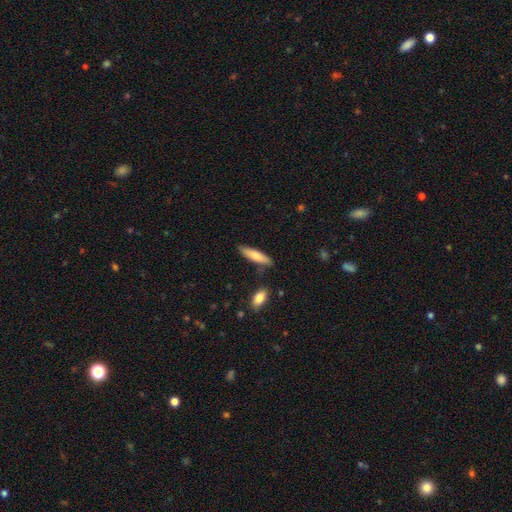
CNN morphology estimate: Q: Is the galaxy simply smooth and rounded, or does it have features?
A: smooth — 76%.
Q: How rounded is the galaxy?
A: cigar-shaped — 75%.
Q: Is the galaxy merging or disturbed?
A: none — 79%.